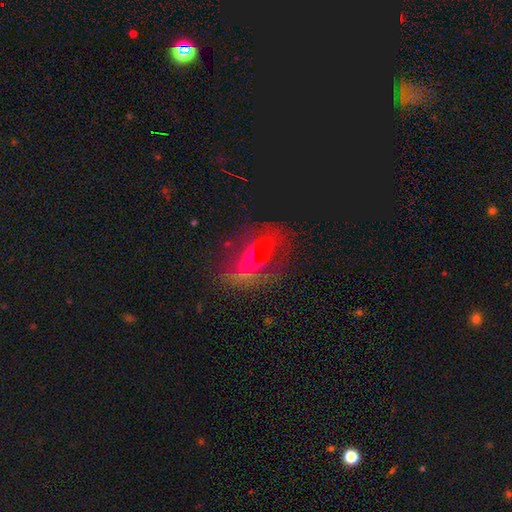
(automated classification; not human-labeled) smooth_or_featured: featured or disk (p=0.50) [alt: smooth p=0.27]
merging: none (p=0.64) [alt: minor disturbance p=0.19]